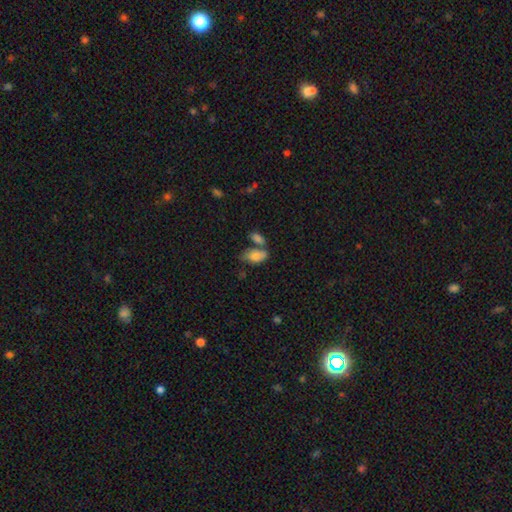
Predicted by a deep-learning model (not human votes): smooth 79%, featured or disk 14%, star or artifact 7%. Down the decision tree: how rounded — in between (92%); merging — none (43%).